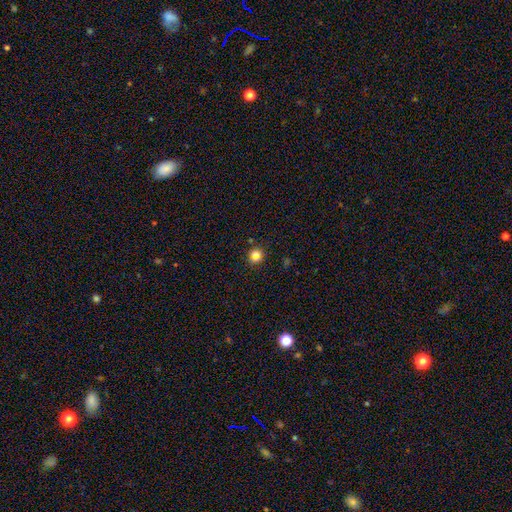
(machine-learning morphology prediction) type=smooth (83%); roundness=round (91%); merging=none (88%).